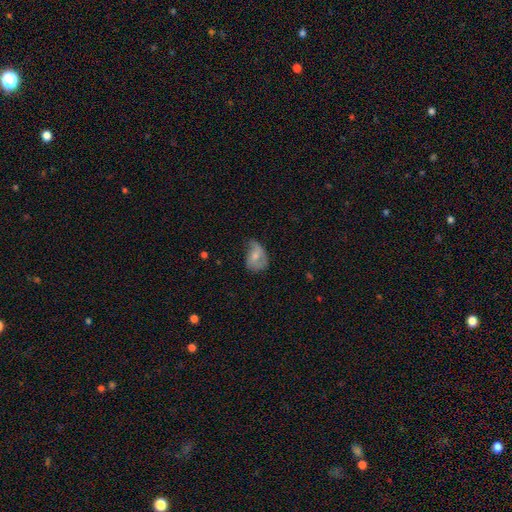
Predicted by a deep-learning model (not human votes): smooth_or_featured: smooth (p=0.53) [alt: featured or disk p=0.39]
how_rounded: in between (p=0.74) [alt: round p=0.25]
merging: minor disturbance (p=0.40) [alt: none p=0.32]